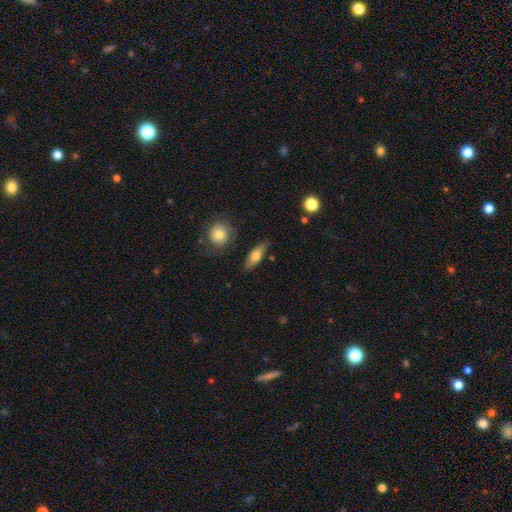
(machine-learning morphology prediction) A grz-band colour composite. It shows a smooth galaxy with no disk features (64%) that is in between round and cigar-shaped (64%). Merging: none (76%).